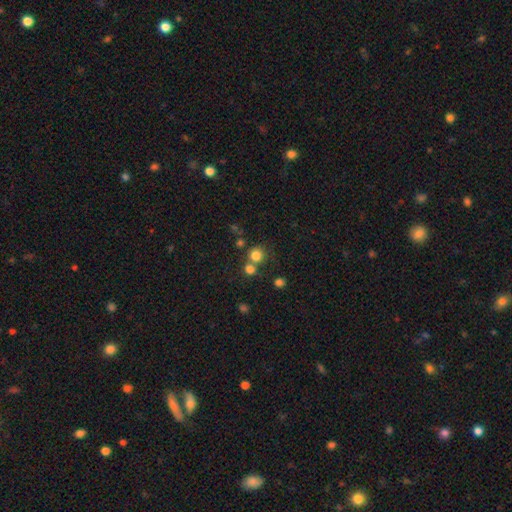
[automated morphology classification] This is likely a smooth galaxy (78%). How rounded: clearly round (89%). Merging: possibly none (58%).